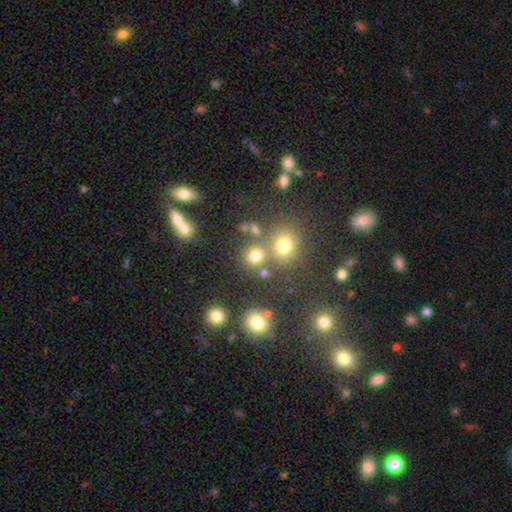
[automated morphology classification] A smooth galaxy with no disk features (71%) that is round (76%).

Vote fractions:
- Smooth or featured? smooth: 71% / star or artifact: 20% / featured or disk: 8%
- How rounded? round: 76% / in between: 22% / cigar-shaped: 1%
- Merging? none: 61% / merger: 24% / minor disturbance: 10% / major disturbance: 5%